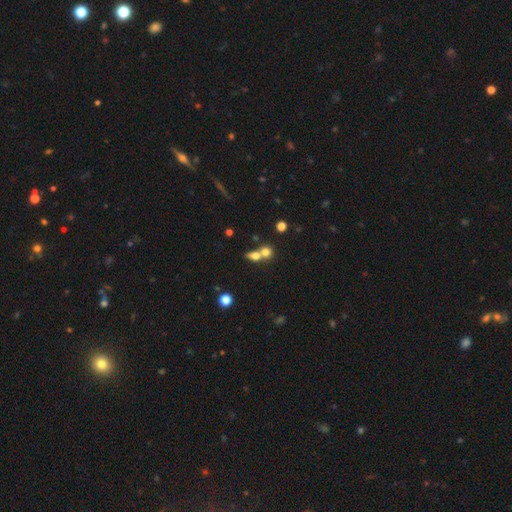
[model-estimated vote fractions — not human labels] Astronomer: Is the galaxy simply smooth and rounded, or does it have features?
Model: smooth — 71%.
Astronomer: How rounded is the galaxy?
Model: round — 55% (runner-up: in between, 39%).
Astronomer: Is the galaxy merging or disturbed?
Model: merger — 55% (runner-up: none, 34%).